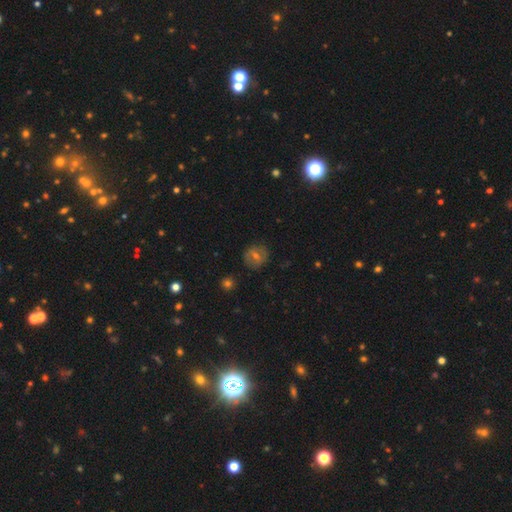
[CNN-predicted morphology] Smooth or featured: smooth — 48% (featured or disk — 33%)
Merging: none — 84% (minor disturbance — 11%)